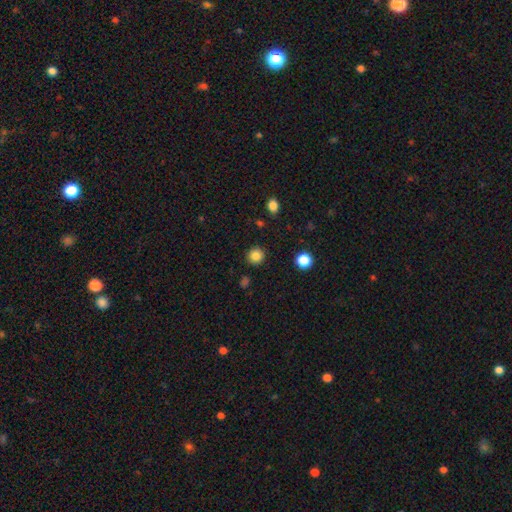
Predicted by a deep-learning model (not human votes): The model was most divided on "smooth or featured": smooth: 84%, star or artifact: 11%, featured or disk: 5%. More confident: how rounded — round (93%); merging — none (91%).